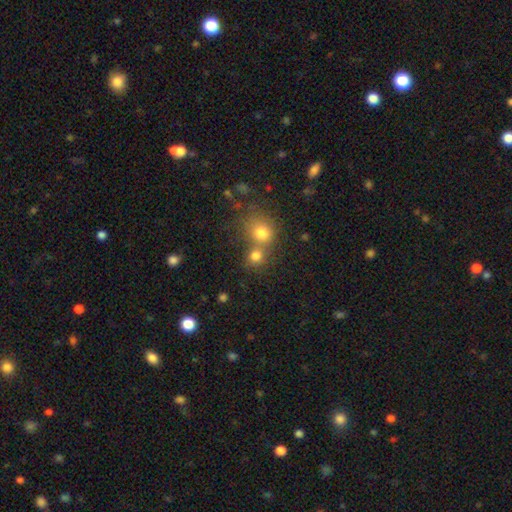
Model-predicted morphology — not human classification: A smooth galaxy with no disk features (77%) that is round (80%). Merging: merger (47%).